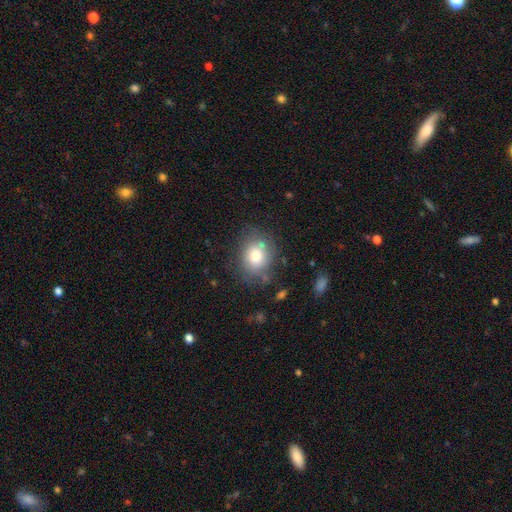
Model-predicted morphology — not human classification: This is likely a smooth galaxy (77%). How rounded: possibly round (55%). Merging: likely none (69%).